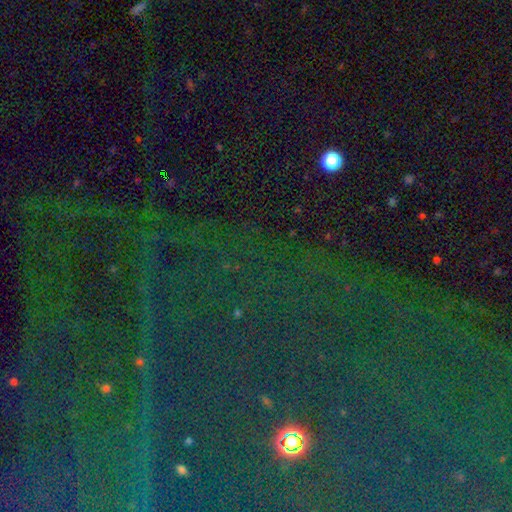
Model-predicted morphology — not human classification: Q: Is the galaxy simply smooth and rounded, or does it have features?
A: star or artifact — 85%.